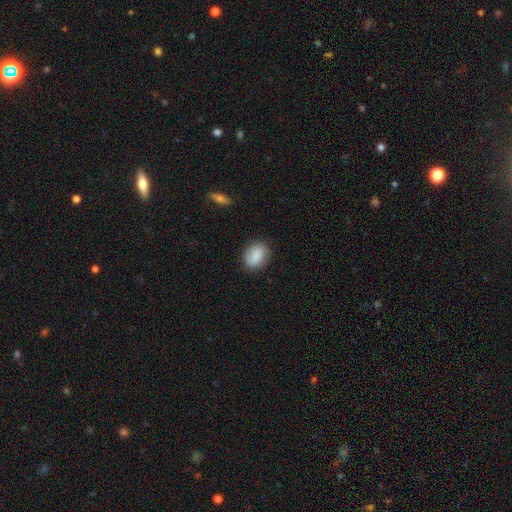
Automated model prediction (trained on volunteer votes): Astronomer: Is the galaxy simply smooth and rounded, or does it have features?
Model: smooth — 85%.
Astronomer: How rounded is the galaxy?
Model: in between — 61% (runner-up: round, 38%).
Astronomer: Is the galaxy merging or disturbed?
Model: none — 84%.